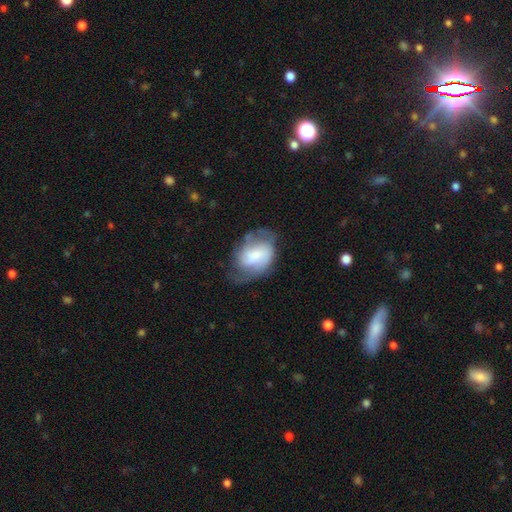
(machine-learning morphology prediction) This is possibly a featured or disk galaxy (59%). It is clearly not viewed edge-on (97%). Bar: possibly no (52%). Spiral arm pattern: clearly yes (84%). Central bulge: possibly small (49%). Merging: possibly none (51%).